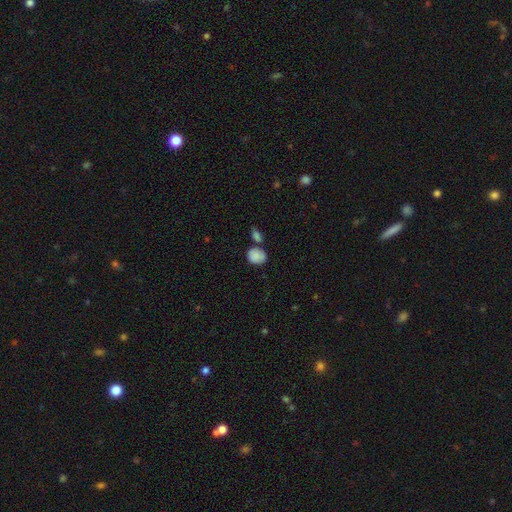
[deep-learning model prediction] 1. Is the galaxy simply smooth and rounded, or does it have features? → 86% smooth, 8% star or artifact, 6% featured or disk.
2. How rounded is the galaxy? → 51% round, 48% in between, 1% cigar-shaped.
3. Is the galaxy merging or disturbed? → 55% none, 23% merger, 17% minor disturbance, 5% major disturbance.